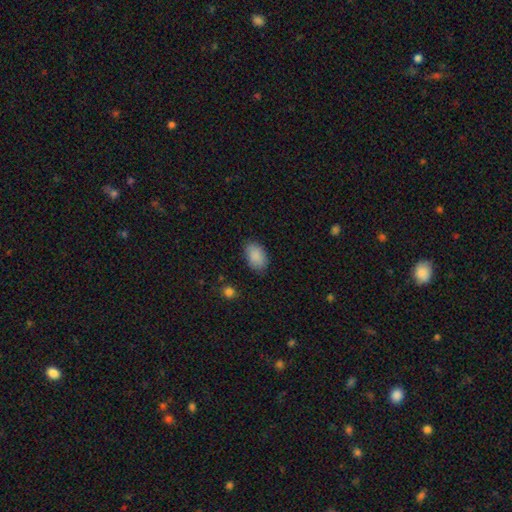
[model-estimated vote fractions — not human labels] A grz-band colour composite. It shows a smooth galaxy with no disk features (88%) that is in between round and cigar-shaped (90%). Merging: none (81%).